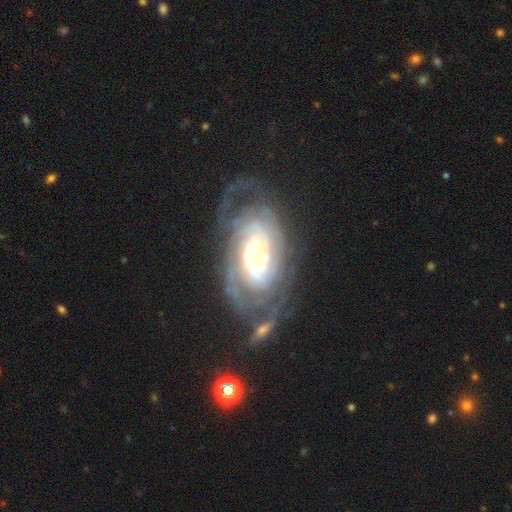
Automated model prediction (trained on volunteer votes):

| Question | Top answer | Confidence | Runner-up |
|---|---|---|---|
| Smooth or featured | featured or disk | 86% | smooth (8%) |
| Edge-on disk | no | 95% | yes (5%) |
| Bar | no | 70% | weak (21%) |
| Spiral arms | yes | 95% | no (5%) |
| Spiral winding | tight | 72% | medium (21%) |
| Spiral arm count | can't tell | 37% | 2 (22%) |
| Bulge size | small | 54% | moderate (31%) |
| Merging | none | 58% | minor disturbance (19%) |